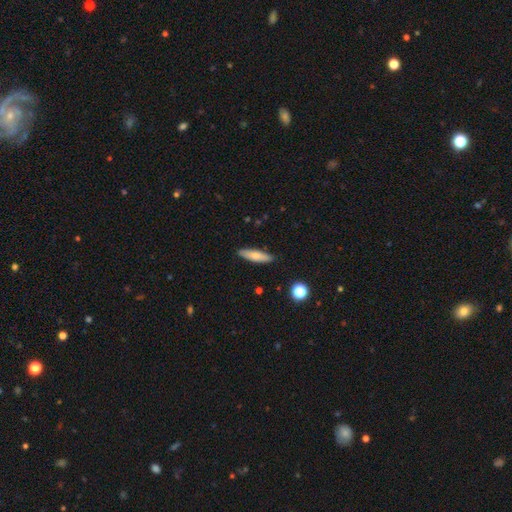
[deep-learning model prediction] smooth-or-featured: smooth: 67% | featured or disk: 26% | star or artifact: 7%
  how-rounded: cigar-shaped: 66% | in between: 32% | round: 2%
  merging: none: 88% | minor disturbance: 9% | major disturbance: 2% | merger: 1%